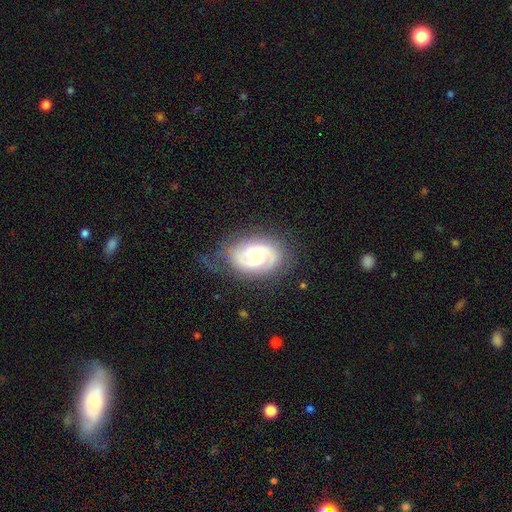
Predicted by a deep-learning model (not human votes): smooth_or_featured: featured or disk (p=0.83) [alt: smooth p=0.11]
disk_edge_on: no (p=0.98) [alt: yes p=0.02]
bar: weak (p=0.46) [alt: no p=0.45]
has_spiral_arms: yes (p=0.97) [alt: no p=0.03]
spiral_winding: tight (p=0.47) [alt: medium p=0.43]
spiral_arm_count: 2 (p=0.78) [alt: can't tell p=0.08]
bulge_size: moderate (p=0.41) [alt: small p=0.37]
merging: none (p=0.65) [alt: minor disturbance p=0.22]